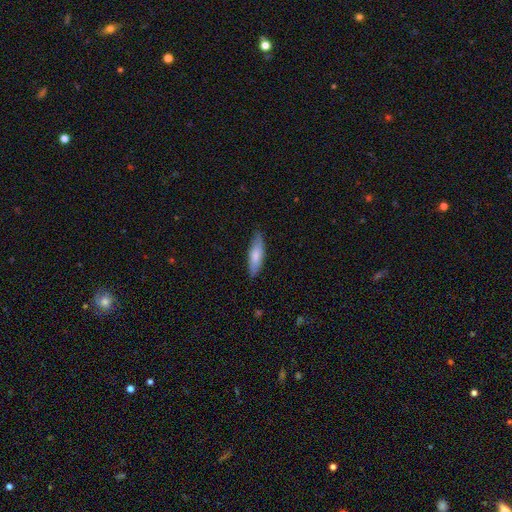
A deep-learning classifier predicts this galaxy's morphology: Smooth or featured? Predicted: smooth (p=0.75). How rounded? Predicted: cigar-shaped (p=0.53). Merging? Predicted: none (p=0.83).